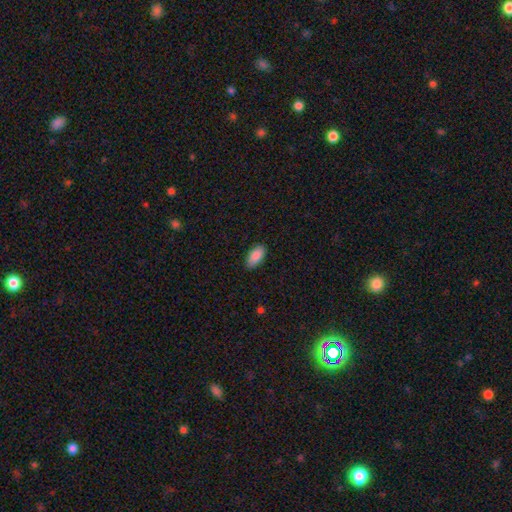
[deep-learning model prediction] smooth-or-featured: smooth: 88% | star or artifact: 7% | featured or disk: 5%
  how-rounded: in between: 93% | cigar-shaped: 5% | round: 2%
  merging: none: 87% | minor disturbance: 10% | major disturbance: 2% | merger: 1%